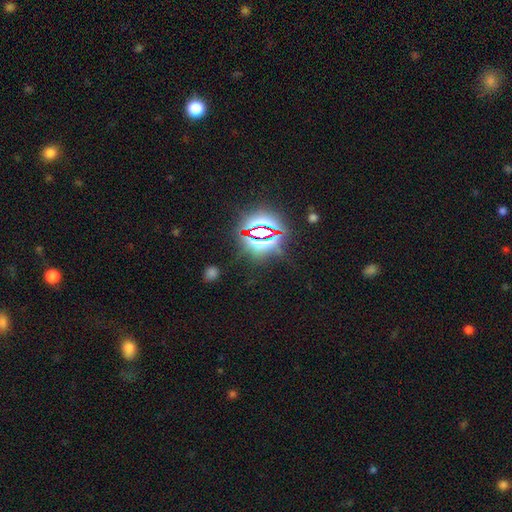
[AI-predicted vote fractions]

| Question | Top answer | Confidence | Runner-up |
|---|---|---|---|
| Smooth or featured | star or artifact | 81% | smooth (12%) |